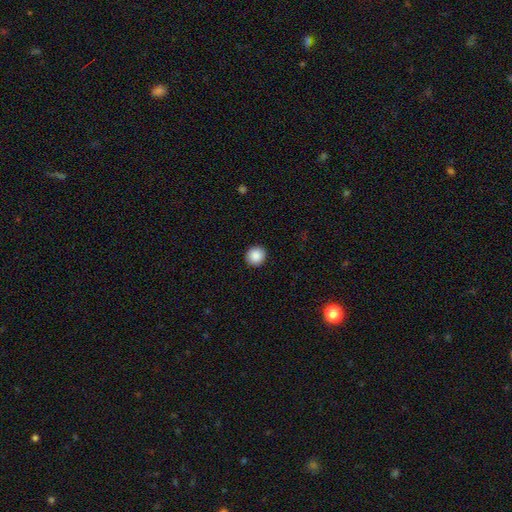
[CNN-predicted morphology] Smooth or featured? smooth (89%)
How rounded? round (90%)
Merging? none (92%)